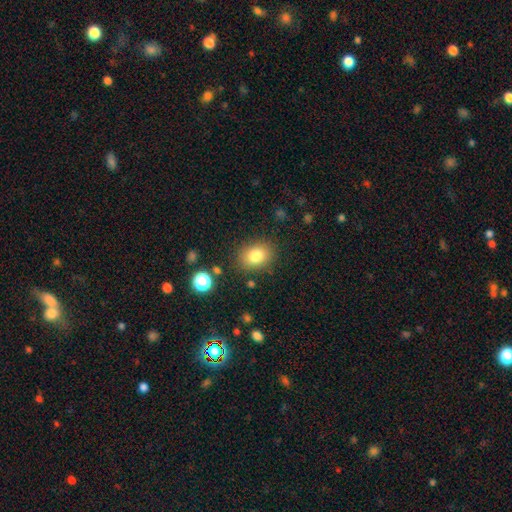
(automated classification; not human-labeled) Smooth or featured: smooth — 80% (star or artifact — 11%)
How rounded: in between — 56% (round — 43%)
Merging: none — 84% (minor disturbance — 10%)